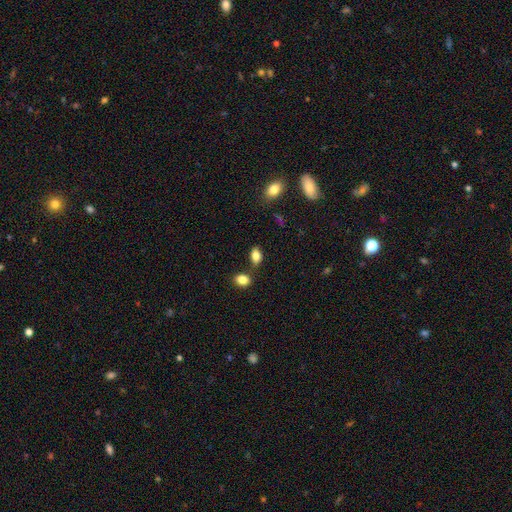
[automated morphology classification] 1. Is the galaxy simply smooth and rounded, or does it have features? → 84% smooth, 9% star or artifact, 7% featured or disk.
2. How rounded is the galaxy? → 87% in between, 10% round, 3% cigar-shaped.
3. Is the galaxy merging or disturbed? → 68% none, 14% minor disturbance, 14% merger, 4% major disturbance.